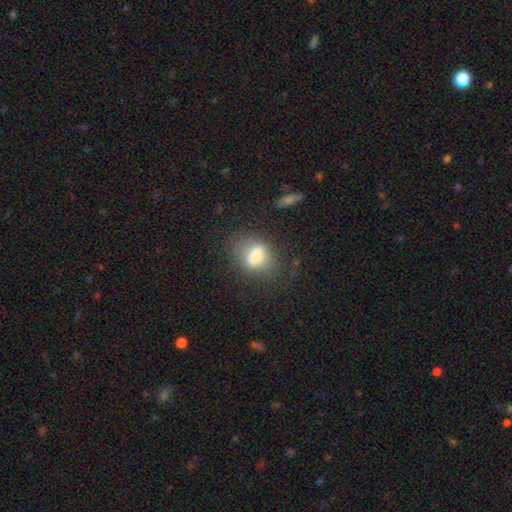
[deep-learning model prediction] Smooth or featured? smooth (69%)
How rounded? in between (67%)
Merging? none (67%)